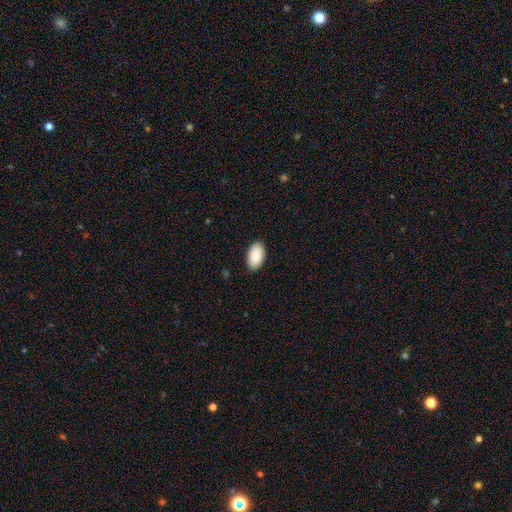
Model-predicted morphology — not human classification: Overall: smooth (89%). How rounded: in between (96%). Merging: none (88%).